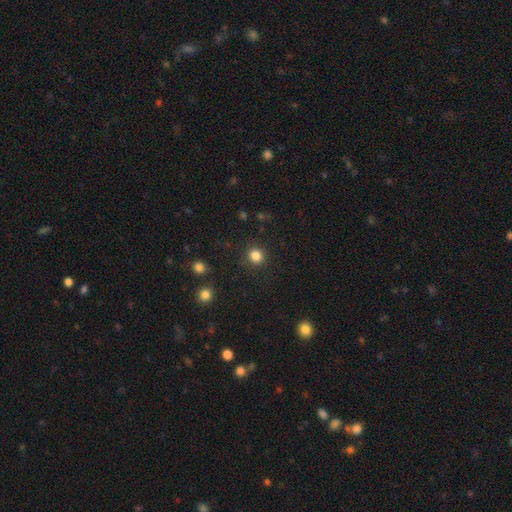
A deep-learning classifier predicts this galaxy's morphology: smooth_or_featured: smooth (p=0.84) [alt: star or artifact p=0.12]
how_rounded: round (p=0.87) [alt: in between p=0.12]
merging: none (p=0.88) [alt: minor disturbance p=0.08]